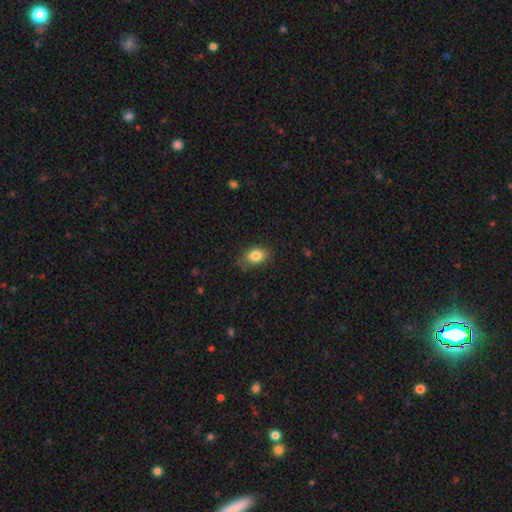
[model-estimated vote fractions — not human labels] The model was most divided on "merging": none: 76%, minor disturbance: 19%, major disturbance: 4%, merger: 1%. More confident: smooth or featured — smooth (84%); how rounded — in between (78%).